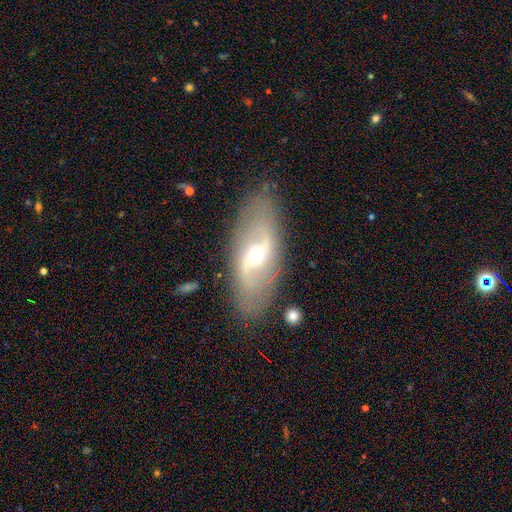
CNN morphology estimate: Smooth or featured: featured or disk — 78% (smooth — 16%)
Edge-on disk: no — 91% (yes — 9%)
Bar: weak — 48% (no — 30%)
Spiral arms: yes — 85% (no — 15%)
Spiral winding: loose — 62% (medium — 28%)
Spiral arm count: 2 — 87% (can't tell — 7%)
Bulge size: moderate — 58% (small — 36%)
Merging: none — 83% (minor disturbance — 11%)